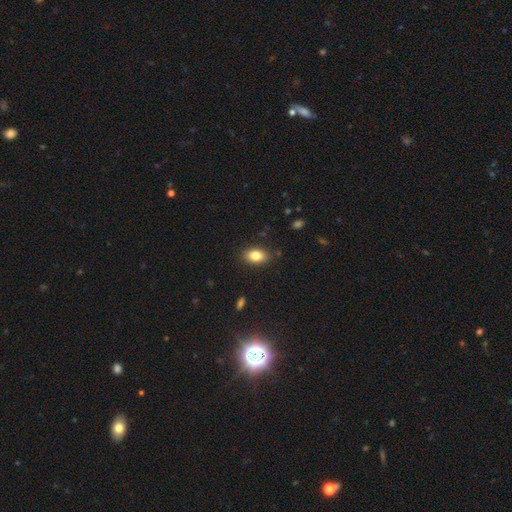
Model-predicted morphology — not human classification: Smooth or featured: smooth — 82% (featured or disk — 9%)
How rounded: in between — 88% (round — 10%)
Merging: none — 86% (minor disturbance — 10%)